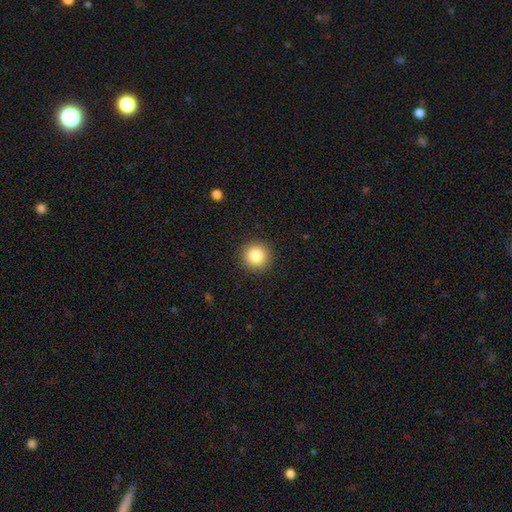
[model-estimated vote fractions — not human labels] smooth-or-featured: smooth: 85% | star or artifact: 10% | featured or disk: 5%
  how-rounded: round: 95% | in between: 4% | cigar-shaped: 1%
  merging: none: 92% | minor disturbance: 5% | major disturbance: 2% | merger: 1%